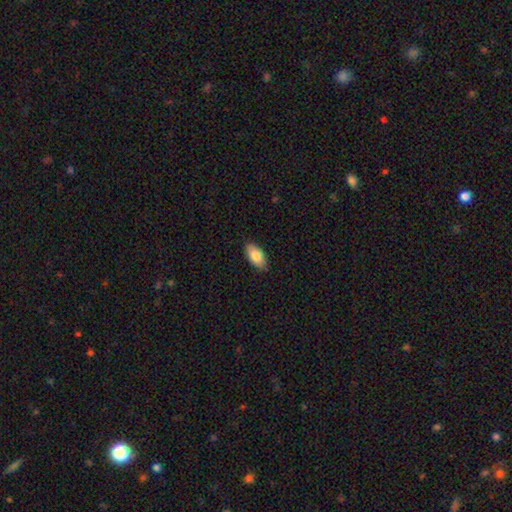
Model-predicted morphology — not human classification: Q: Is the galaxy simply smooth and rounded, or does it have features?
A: smooth — 83%.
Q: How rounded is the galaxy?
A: in between — 94%.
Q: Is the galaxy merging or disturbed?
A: none — 87%.